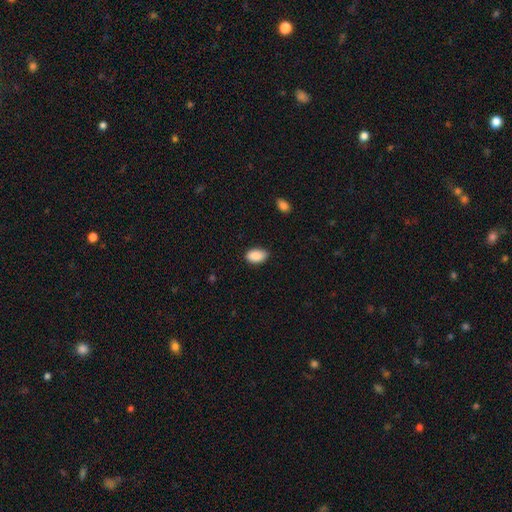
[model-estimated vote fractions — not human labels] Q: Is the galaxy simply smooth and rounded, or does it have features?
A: smooth — 90%.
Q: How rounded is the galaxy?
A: in between — 93%.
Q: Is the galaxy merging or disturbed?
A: none — 83%.